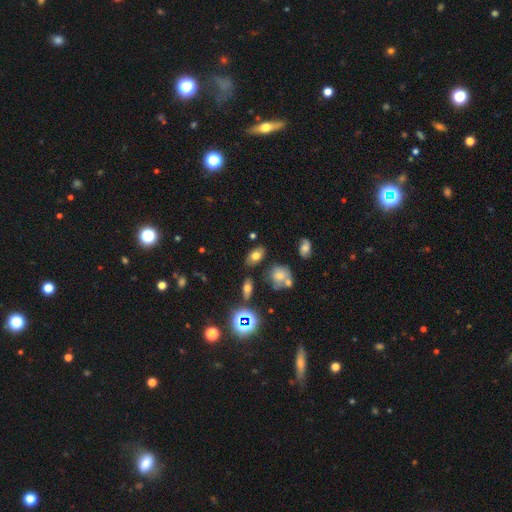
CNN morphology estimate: smooth-or-featured: smooth: 68% | featured or disk: 16% | star or artifact: 16%
  how-rounded: in between: 88% | round: 9% | cigar-shaped: 3%
  merging: none: 77% | minor disturbance: 13% | merger: 6% | major disturbance: 4%